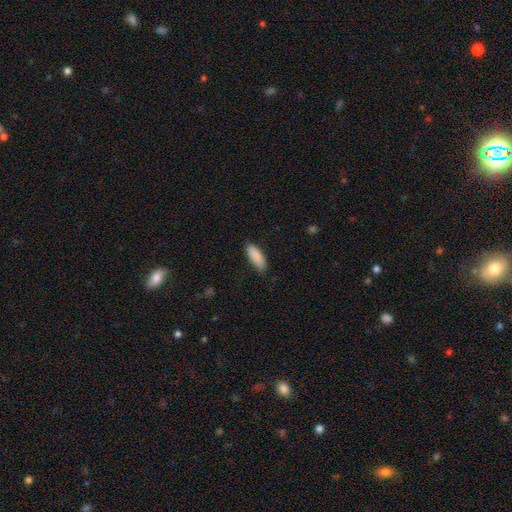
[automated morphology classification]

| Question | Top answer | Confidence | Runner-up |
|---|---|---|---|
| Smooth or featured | smooth | 89% | star or artifact (6%) |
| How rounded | in between | 73% | cigar-shaped (26%) |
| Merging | none | 80% | minor disturbance (17%) |